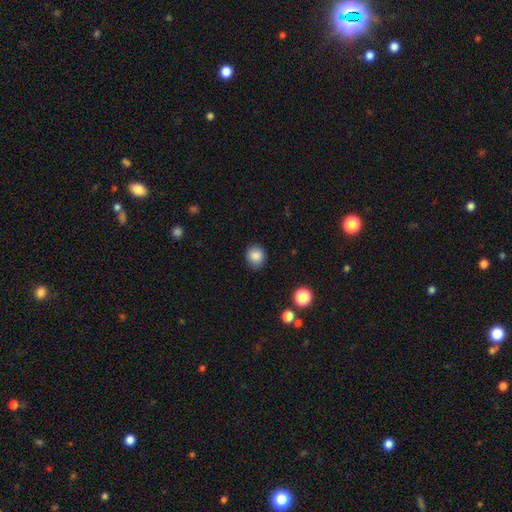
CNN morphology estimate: smooth-or-featured: smooth: 87% | star or artifact: 10% | featured or disk: 4%
  how-rounded: round: 86% | in between: 13% | cigar-shaped: 1%
  merging: none: 89% | minor disturbance: 8% | major disturbance: 2% | merger: 1%